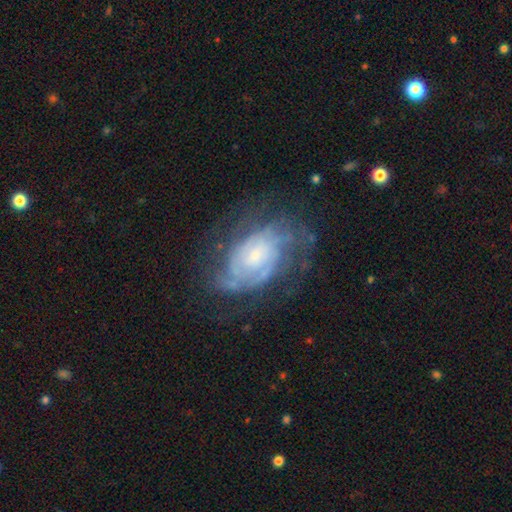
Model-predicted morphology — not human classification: Smooth or featured: featured or disk — 82% (smooth — 12%)
Edge-on disk: no — 96% (yes — 4%)
Bar: no — 65% (weak — 30%)
Spiral arms: yes — 91% (no — 9%)
Spiral winding: tight — 62% (medium — 30%)
Spiral arm count: can't tell — 46% (2 — 23%)
Bulge size: small — 56% (moderate — 31%)
Merging: none — 62% (minor disturbance — 21%)